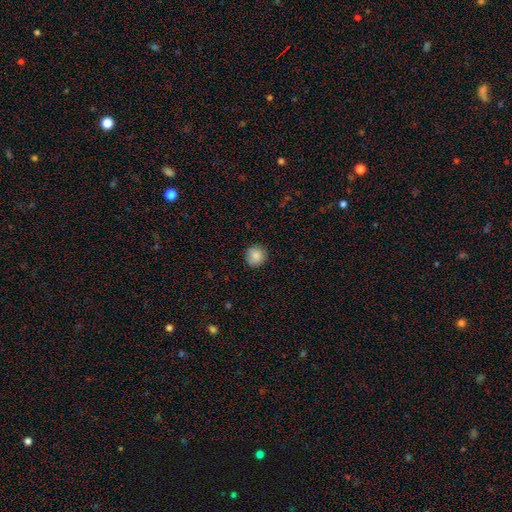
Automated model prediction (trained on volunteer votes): smooth_or_featured: smooth (p=0.86) [alt: star or artifact p=0.08]
how_rounded: round (p=0.92) [alt: in between p=0.07]
merging: none (p=0.86) [alt: minor disturbance p=0.11]